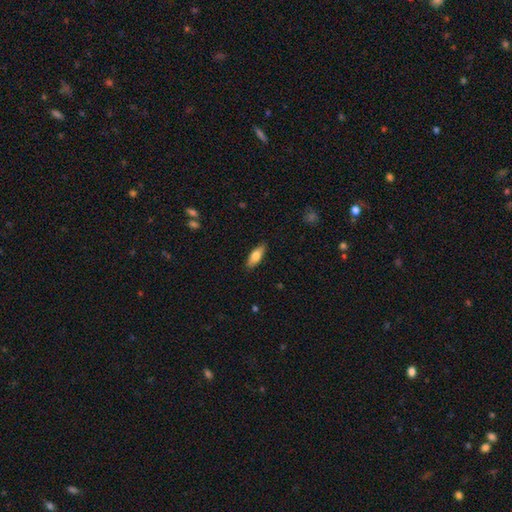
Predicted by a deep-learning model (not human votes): Smooth or featured?
  - smooth: 74% *
  - featured or disk: 20%
  - star or artifact: 6%
How rounded?
  - in between: 66% *
  - cigar-shaped: 31%
  - round: 2%
Merging?
  - none: 87% *
  - minor disturbance: 10%
  - major disturbance: 2%
  - merger: 1%